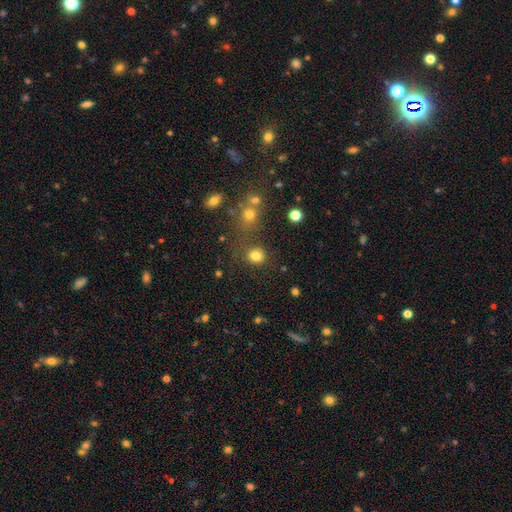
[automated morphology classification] smooth_or_featured: smooth (p=0.80) [alt: star or artifact p=0.14]
how_rounded: round (p=0.83) [alt: in between p=0.16]
merging: none (p=0.75) [alt: minor disturbance p=0.11]